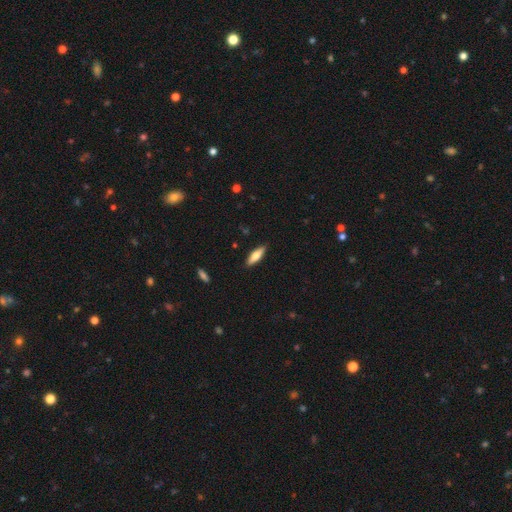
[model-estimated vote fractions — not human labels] Smooth or featured? smooth (69%)
How rounded? in between (53%)
Merging? none (89%)